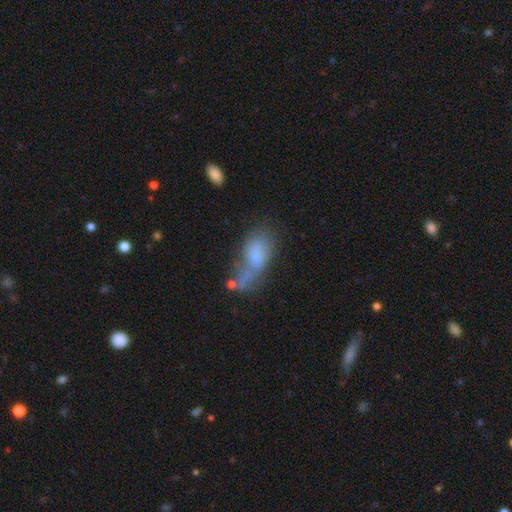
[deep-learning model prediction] Q: Smooth or featured?
A: smooth (62%); runner-up: featured or disk (26%)
Q: How rounded?
A: in between (84%); runner-up: cigar-shaped (11%)
Q: Merging?
A: major disturbance (30%); runner-up: none (26%)